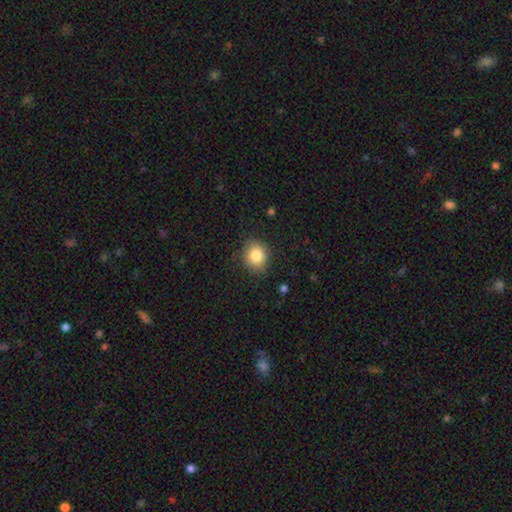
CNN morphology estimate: smooth-or-featured: smooth: 83% | star or artifact: 10% | featured or disk: 7%
  how-rounded: round: 74% | in between: 25% | cigar-shaped: 1%
  merging: none: 86% | minor disturbance: 10% | major disturbance: 3% | merger: 1%